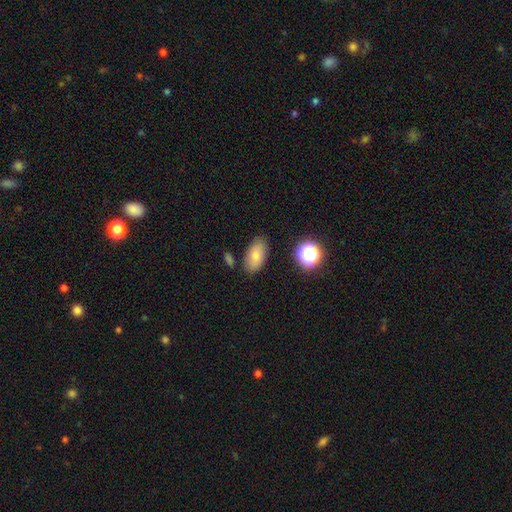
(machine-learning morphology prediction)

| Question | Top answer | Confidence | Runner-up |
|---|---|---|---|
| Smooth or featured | smooth | 75% | featured or disk (15%) |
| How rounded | in between | 91% | round (6%) |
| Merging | none | 79% | minor disturbance (14%) |